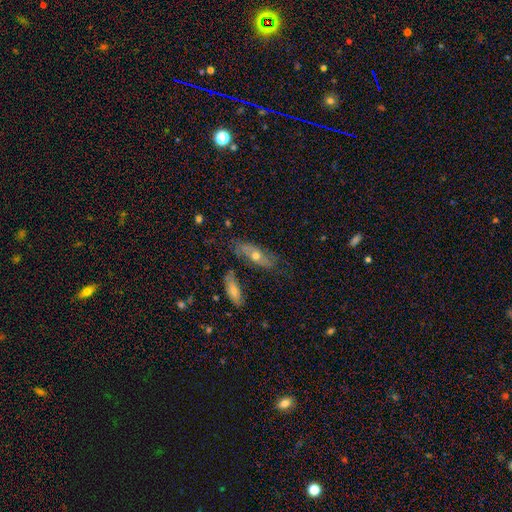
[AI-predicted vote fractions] This is possibly a featured or disk galaxy (51%). It is likely not viewed edge-on (69%). Merging: likely none (63%).